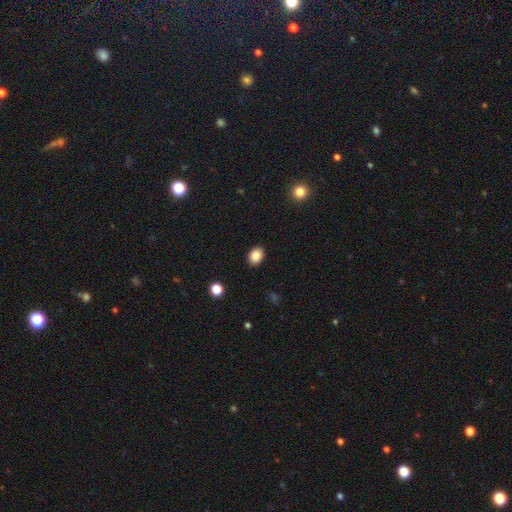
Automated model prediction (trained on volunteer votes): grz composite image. It shows a smooth galaxy with no disk features (86%) that is in between round and cigar-shaped (64%). Merging: none (90%).